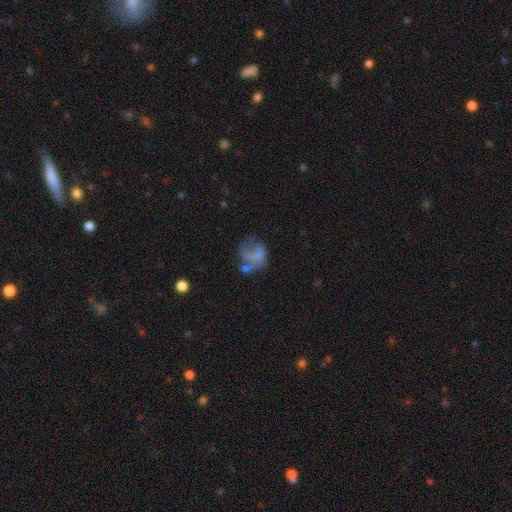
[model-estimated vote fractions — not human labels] Smooth or featured?
  - featured or disk: 44% *
  - smooth: 43%
  - star or artifact: 13%
Merging?
  - major disturbance: 40% *
  - none: 26%
  - minor disturbance: 18%
  - merger: 16%